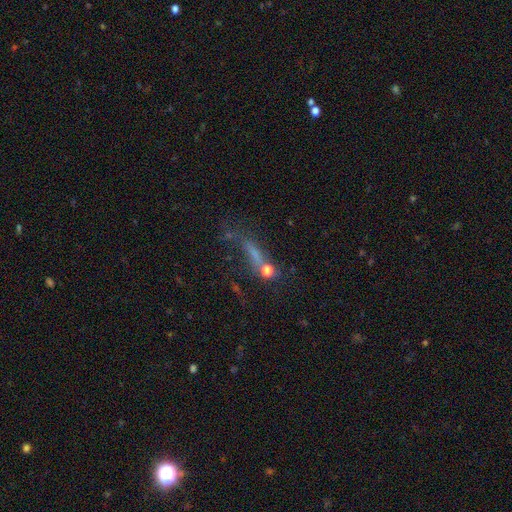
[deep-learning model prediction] The model was most divided on "smooth or featured": smooth: 40%, featured or disk: 31%, star or artifact: 30%. Remaining: merging — none (41%).